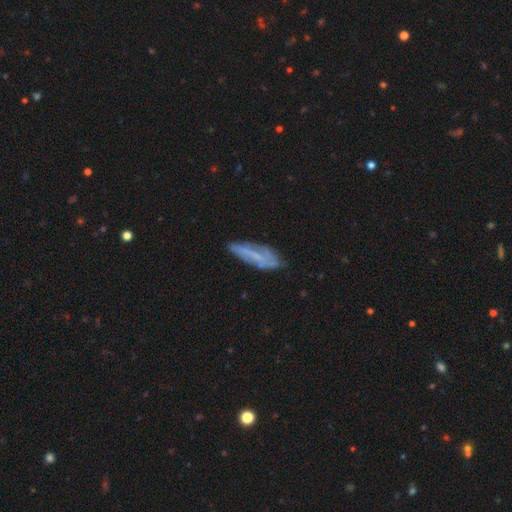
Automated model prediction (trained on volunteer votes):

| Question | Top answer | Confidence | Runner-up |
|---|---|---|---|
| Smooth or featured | featured or disk | 53% | smooth (37%) |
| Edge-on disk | no | 72% | yes (28%) |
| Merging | none | 63% | minor disturbance (24%) |